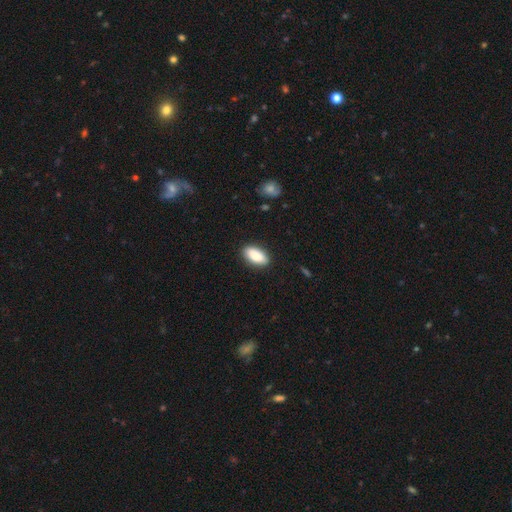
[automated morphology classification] smooth_or_featured: smooth (p=0.89) [alt: star or artifact p=0.06]
how_rounded: in between (p=0.90) [alt: cigar-shaped p=0.07]
merging: none (p=0.88) [alt: minor disturbance p=0.09]